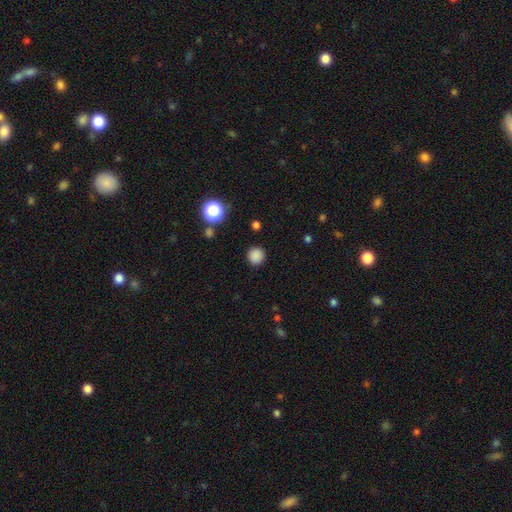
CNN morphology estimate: smooth 84%, star or artifact 13%, featured or disk 3%. Down the decision tree: how rounded — round (94%); merging — none (90%).